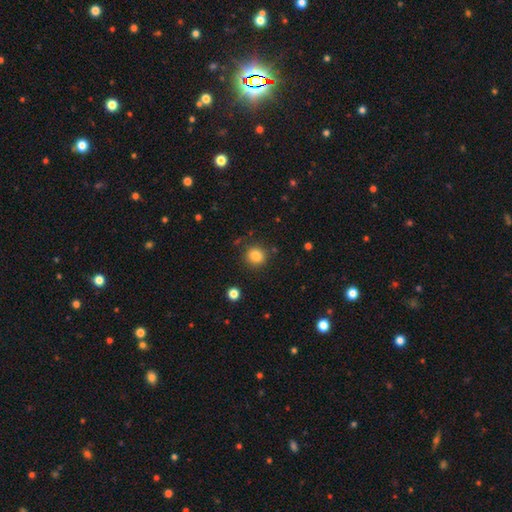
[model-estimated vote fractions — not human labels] The model was most divided on "smooth or featured": smooth: 84%, star or artifact: 11%, featured or disk: 5%. More confident: how rounded — round (89%); merging — none (86%).